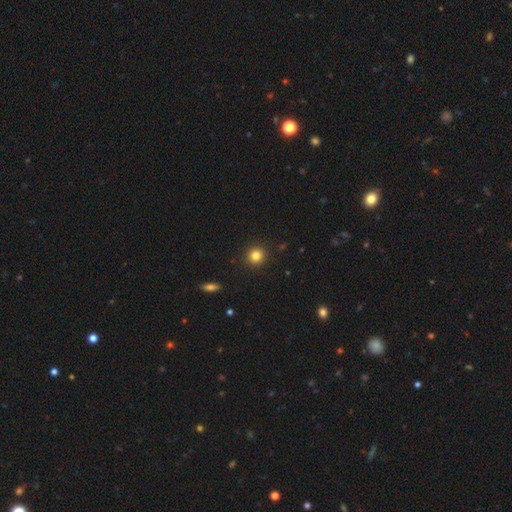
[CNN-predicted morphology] Smooth or featured?
  - smooth: 83% *
  - star or artifact: 12%
  - featured or disk: 6%
How rounded?
  - round: 92% *
  - in between: 7%
  - cigar-shaped: 1%
Merging?
  - none: 92% *
  - minor disturbance: 5%
  - major disturbance: 2%
  - merger: 1%